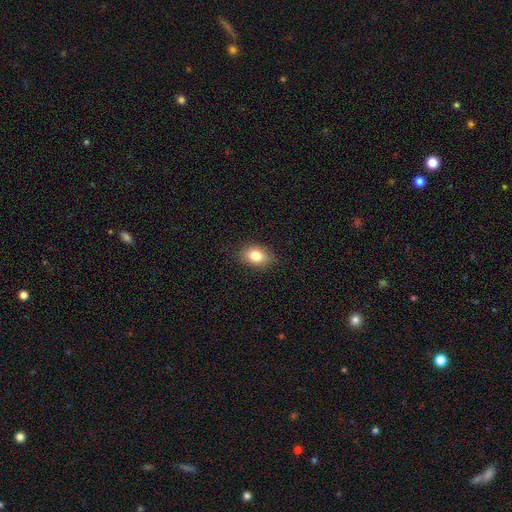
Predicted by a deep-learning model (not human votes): Q: Smooth or featured?
A: smooth (81%); runner-up: featured or disk (10%)
Q: How rounded?
A: in between (72%); runner-up: round (27%)
Q: Merging?
A: none (84%); runner-up: minor disturbance (12%)